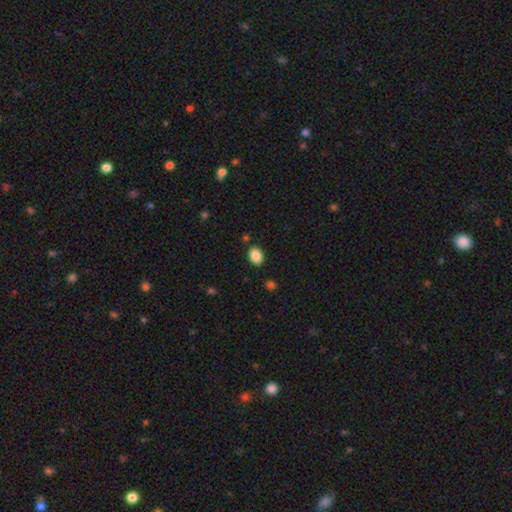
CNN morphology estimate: A smooth galaxy with no disk features (87%) that is in between round and cigar-shaped (71%).

Vote fractions:
- Smooth or featured? smooth: 87% / star or artifact: 9% / featured or disk: 4%
- How rounded? in between: 71% / round: 28% / cigar-shaped: 1%
- Merging? none: 86% / minor disturbance: 9% / merger: 2% / major disturbance: 2%